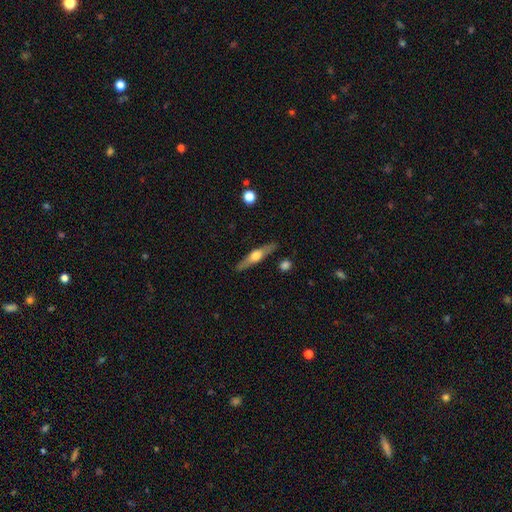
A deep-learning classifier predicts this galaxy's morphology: Overall: featured or disk (62%; smooth 32%). Edge-on disk: yes (95%). Edge-on bulge: rounded (93%). Merging: none (87%).